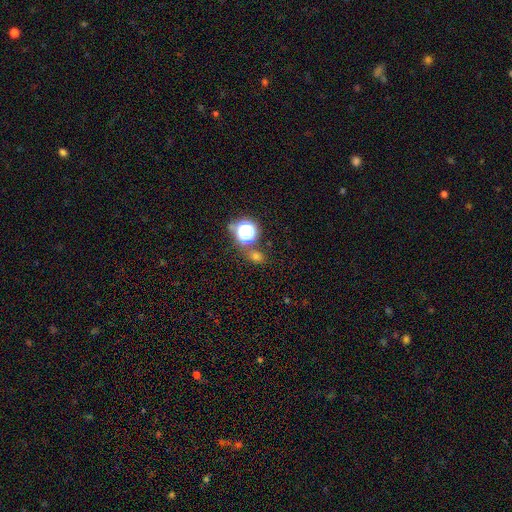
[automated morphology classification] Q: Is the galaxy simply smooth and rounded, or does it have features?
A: smooth — 61%.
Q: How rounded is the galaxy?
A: round — 63%.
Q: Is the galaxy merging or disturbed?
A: none — 75%.